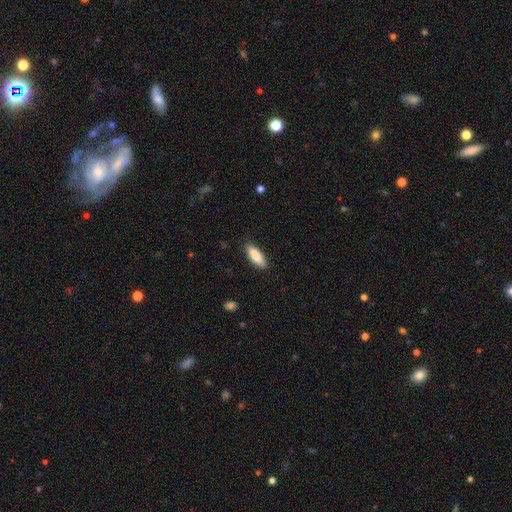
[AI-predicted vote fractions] Smooth or featured? Predicted: smooth (p=0.88). How rounded? Predicted: in between (p=0.70). Merging? Predicted: none (p=0.87).